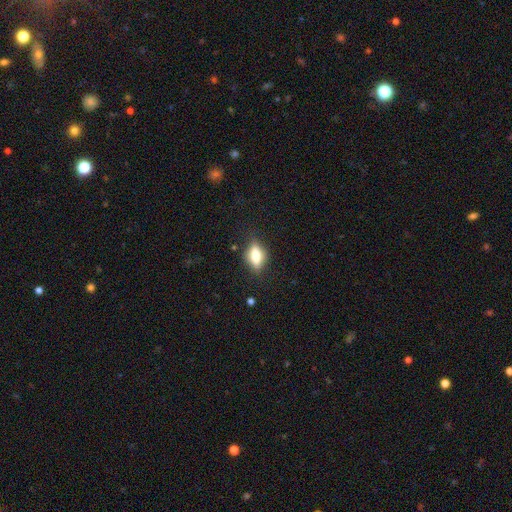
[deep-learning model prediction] This is possibly a smooth galaxy (53%). How rounded: likely in between (72%). Merging: likely none (75%).